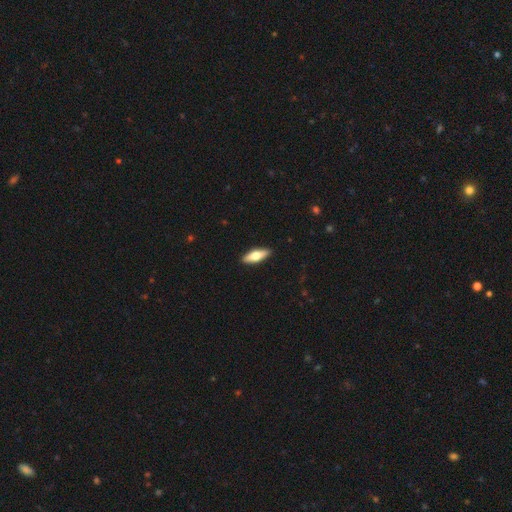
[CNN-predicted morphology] Smooth or featured? Predicted: smooth (p=0.57). How rounded? Predicted: in between (p=0.58). Merging? Predicted: none (p=0.90).